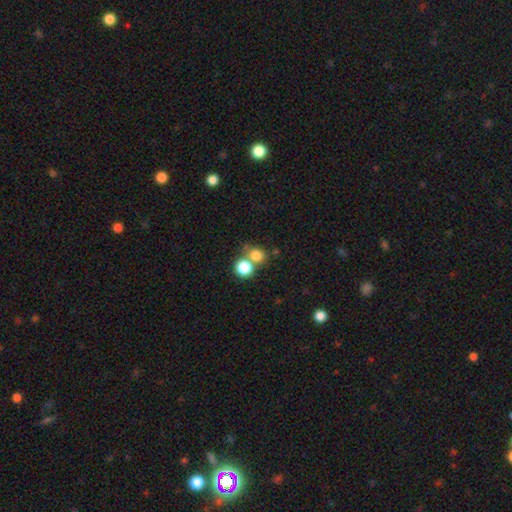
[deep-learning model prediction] smooth 79%, star or artifact 13%, featured or disk 8%. Down the decision tree: how rounded — round (80%); merging — none (49%).